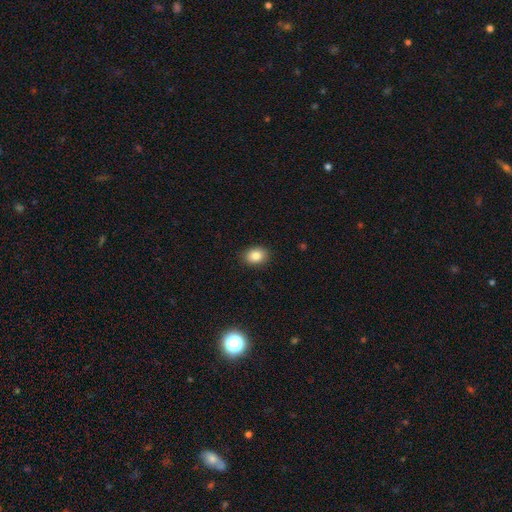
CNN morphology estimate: Smooth or featured? smooth (84%)
How rounded? in between (62%)
Merging? none (89%)